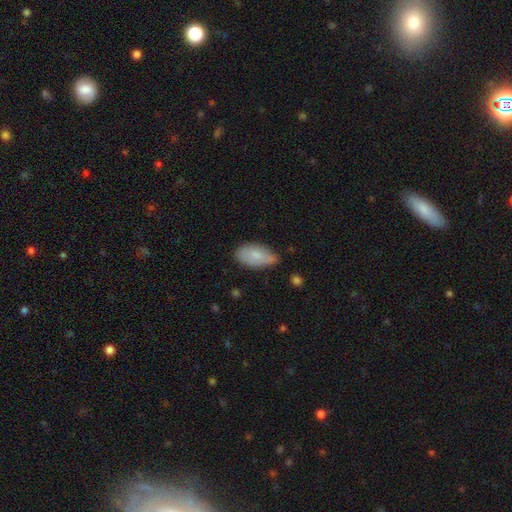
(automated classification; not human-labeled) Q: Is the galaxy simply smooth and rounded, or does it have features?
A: smooth — 79%.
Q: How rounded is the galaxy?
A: in between — 93%.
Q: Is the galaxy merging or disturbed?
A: none — 61%.